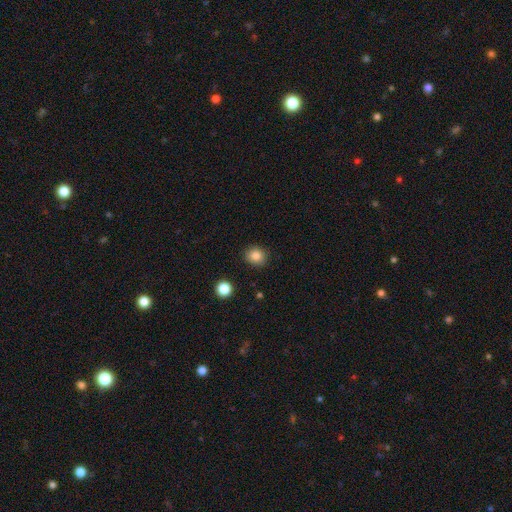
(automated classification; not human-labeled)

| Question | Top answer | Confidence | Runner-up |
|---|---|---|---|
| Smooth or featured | smooth | 84% | star or artifact (11%) |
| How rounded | round | 76% | in between (23%) |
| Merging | none | 89% | minor disturbance (8%) |